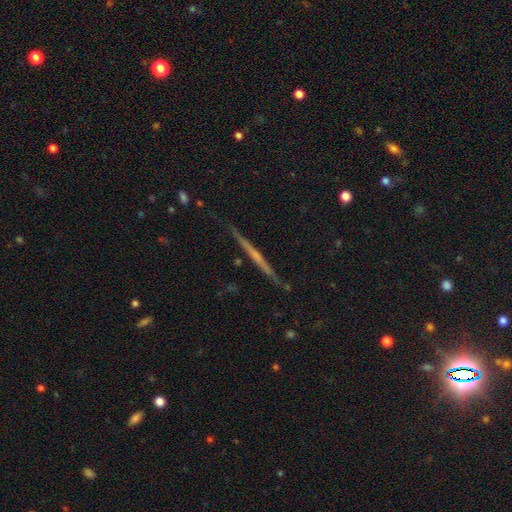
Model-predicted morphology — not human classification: Smooth or featured? Predicted: featured or disk (p=0.68). Edge-on disk? Predicted: yes (p=0.98). Edge-on bulge? Predicted: none (p=0.70). Merging? Predicted: none (p=0.88).